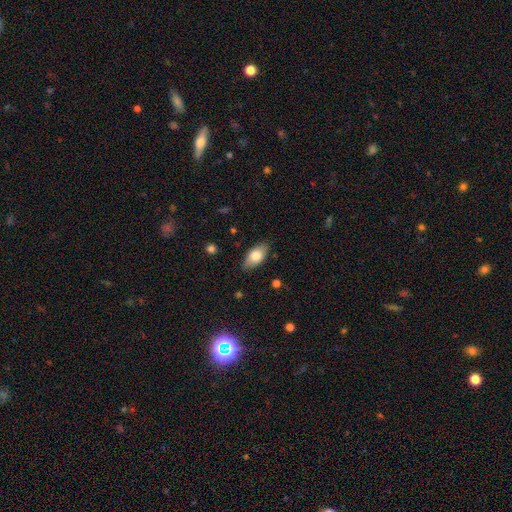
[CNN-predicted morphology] smooth_or_featured: smooth (p=0.78) [alt: featured or disk p=0.15]
how_rounded: in between (p=0.92) [alt: cigar-shaped p=0.04]
merging: none (p=0.83) [alt: minor disturbance p=0.13]